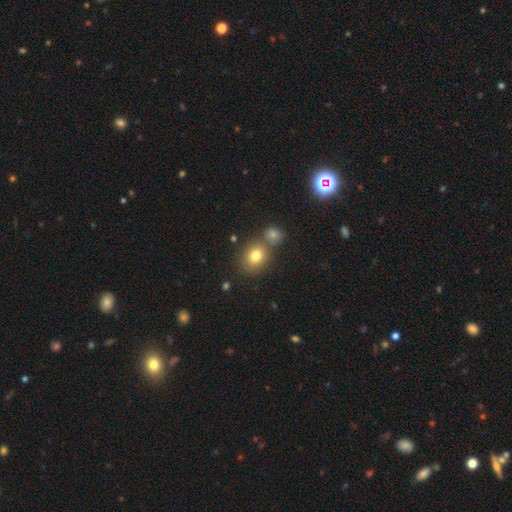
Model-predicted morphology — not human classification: smooth 79%, star or artifact 12%, featured or disk 9%. Down the decision tree: how rounded — round (64%); merging — none (60%).